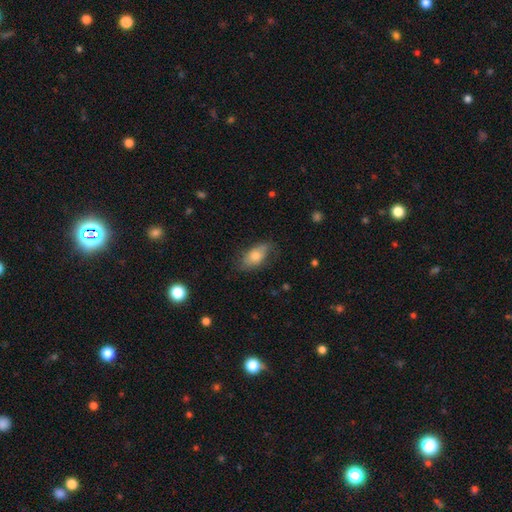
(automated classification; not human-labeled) Smooth or featured: smooth — 70% (featured or disk — 23%)
How rounded: in between — 88% (round — 6%)
Merging: none — 67% (minor disturbance — 24%)